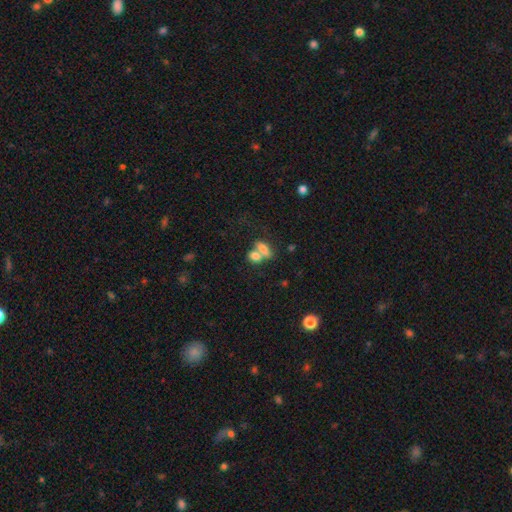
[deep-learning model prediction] Overall: smooth (77%). How rounded: in between (75%). Merging: merger (61%; none 26%).